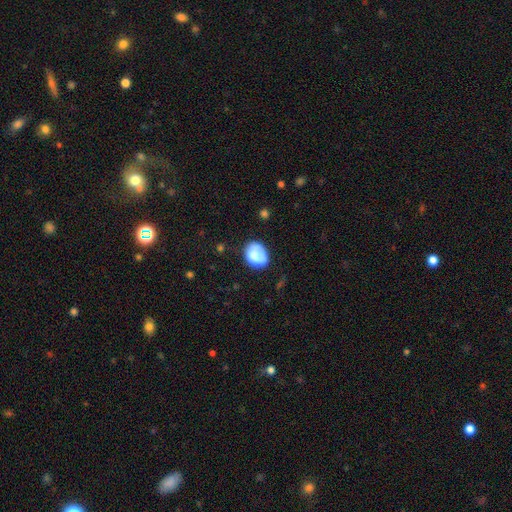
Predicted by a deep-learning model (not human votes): A smooth galaxy with no disk features (80%) that is in between round and cigar-shaped (57%). Merging: none (65%).